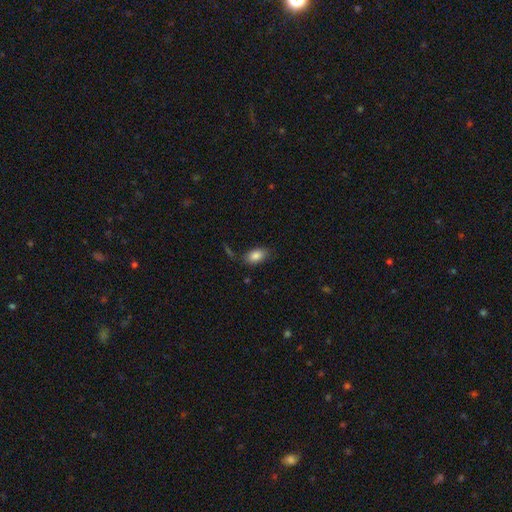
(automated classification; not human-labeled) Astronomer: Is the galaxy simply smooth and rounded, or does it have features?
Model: smooth — 85%.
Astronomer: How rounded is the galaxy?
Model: in between — 91%.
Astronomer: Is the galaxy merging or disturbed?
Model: none — 78%.